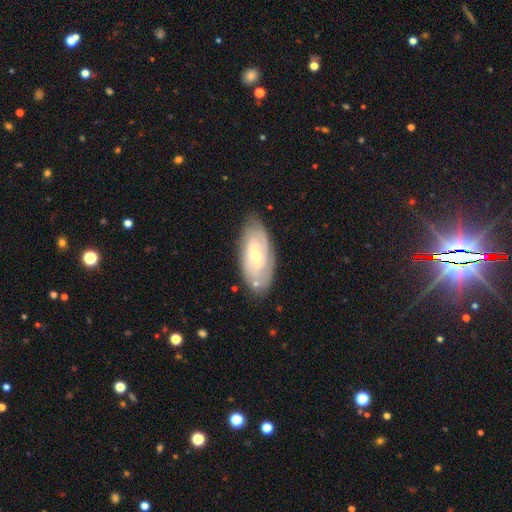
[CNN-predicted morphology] This appears to be a featured or disk galaxy (70%) with a weak bar (44%, tied with no), tight (62%) spiral arms (81%) and a small central bulge (51%). Merging: none (76%).